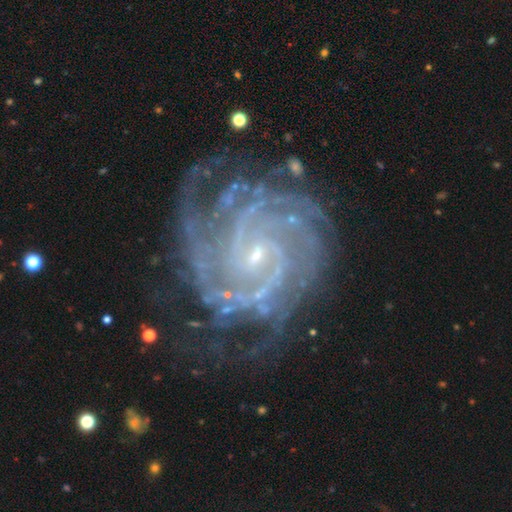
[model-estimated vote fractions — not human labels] Smooth or featured? Predicted: featured or disk (p=0.92). Edge-on disk? Predicted: no (p=0.98). Bar? Predicted: no (p=0.47). Spiral arms? Predicted: yes (p=0.99). Spiral winding? Predicted: tight (p=0.75). Spiral arm count? Predicted: 4 (p=0.25). Bulge size? Predicted: small (p=0.82). Merging? Predicted: none (p=0.69).